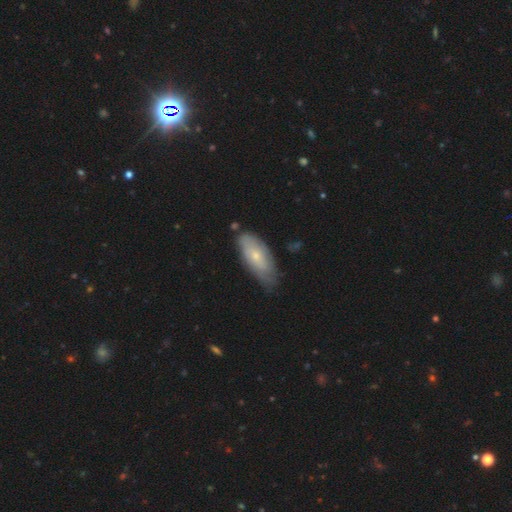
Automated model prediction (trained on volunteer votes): Q: Smooth or featured?
A: smooth (56%); runner-up: featured or disk (38%)
Q: How rounded?
A: in between (80%); runner-up: cigar-shaped (17%)
Q: Merging?
A: none (62%); runner-up: minor disturbance (30%)